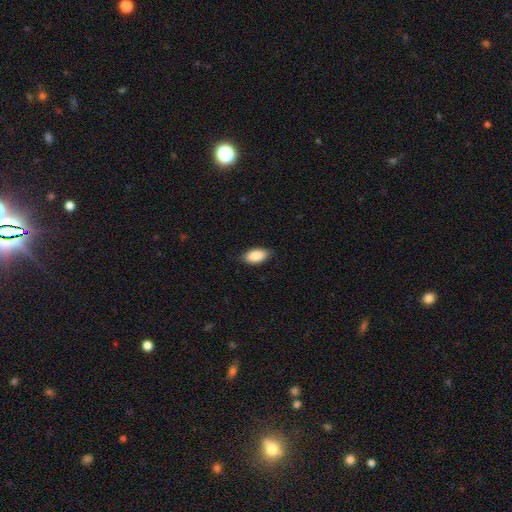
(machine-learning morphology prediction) Smooth or featured: smooth — 87% (featured or disk — 6%)
How rounded: in between — 92% (cigar-shaped — 4%)
Merging: none — 82% (minor disturbance — 14%)